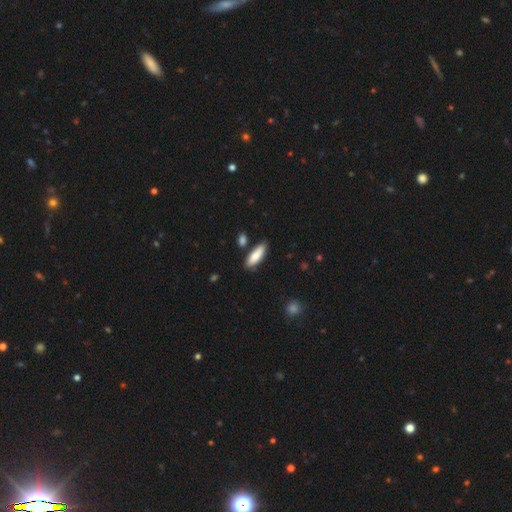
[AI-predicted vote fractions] Overall: smooth (82%). How rounded: in between (53%; cigar-shaped 45%). Merging: none (80%).